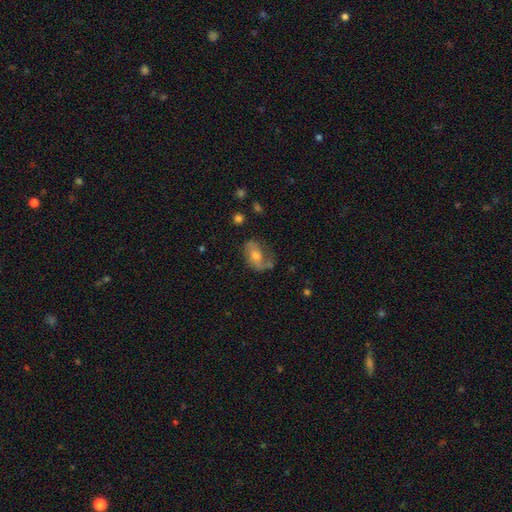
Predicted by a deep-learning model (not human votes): This is possibly a featured or disk galaxy (59%). It is clearly not viewed edge-on (95%). Bar: possibly no (59%). Spiral arm pattern: likely yes (79%). Central bulge: likely moderate (65%). Merging: possibly none (52%).